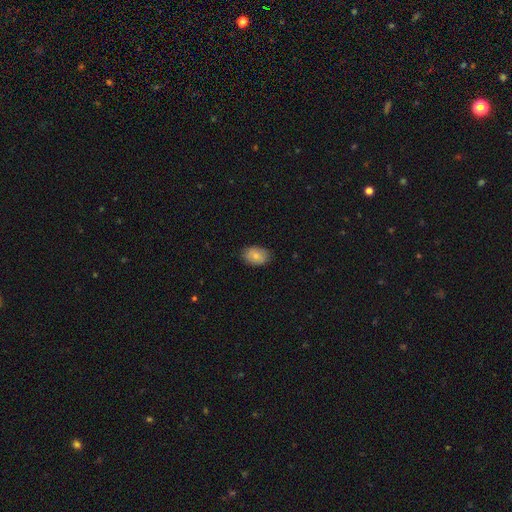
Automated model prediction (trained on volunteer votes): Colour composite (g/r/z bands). It shows a smooth galaxy with no disk features (81%) that is in between round and cigar-shaped (84%). Merging: none (83%).